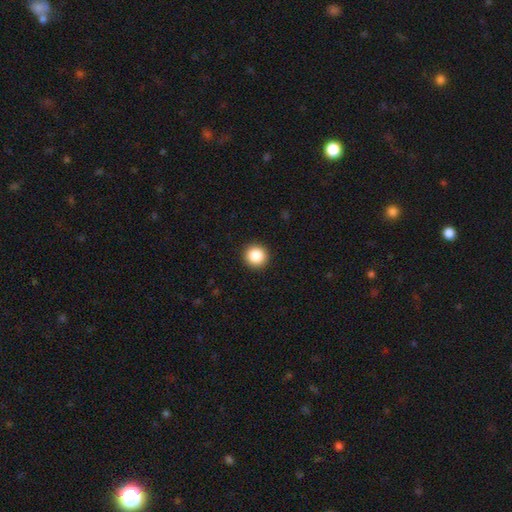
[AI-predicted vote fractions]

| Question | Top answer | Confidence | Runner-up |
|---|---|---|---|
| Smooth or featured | smooth | 87% | star or artifact (9%) |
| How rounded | round | 95% | in between (4%) |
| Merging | none | 93% | minor disturbance (5%) |